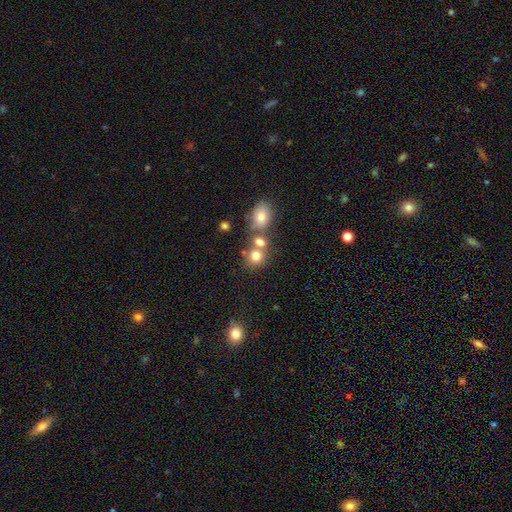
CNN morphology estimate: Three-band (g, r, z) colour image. It shows a smooth galaxy with no disk features (76%) that is round (73%). Merging: none (47%).